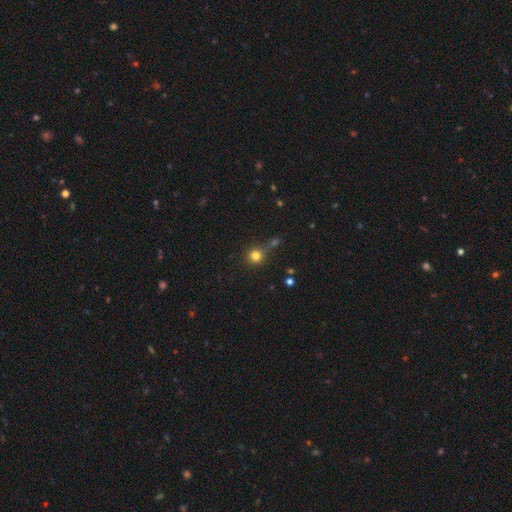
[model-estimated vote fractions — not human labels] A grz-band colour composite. It shows a smooth galaxy with no disk features (79%) that is round (92%). Merging: none (65%).